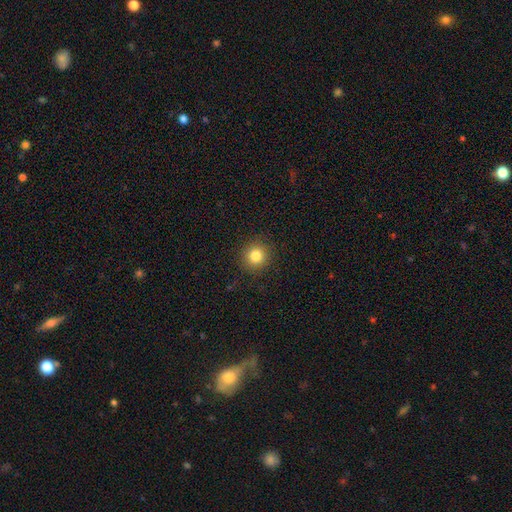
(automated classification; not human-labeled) The model was most divided on "smooth or featured": smooth: 82%, star or artifact: 12%, featured or disk: 6%. More confident: how rounded — round (92%); merging — none (91%).